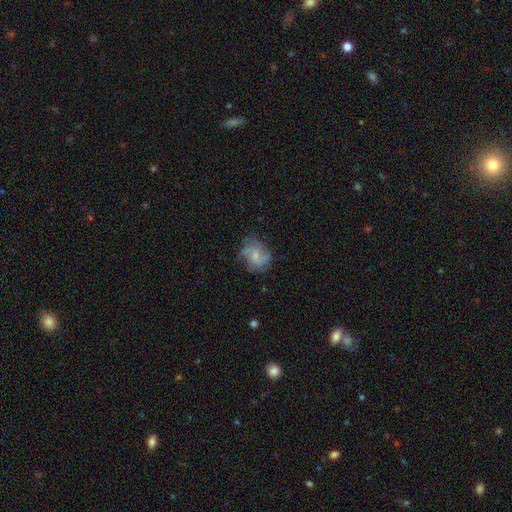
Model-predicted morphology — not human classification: A featured or disk galaxy (62%) with no bar (62%), 2 (42%) medium (43%) spiral arms (86%) and a small central bulge (53%). Merging: none (64%).